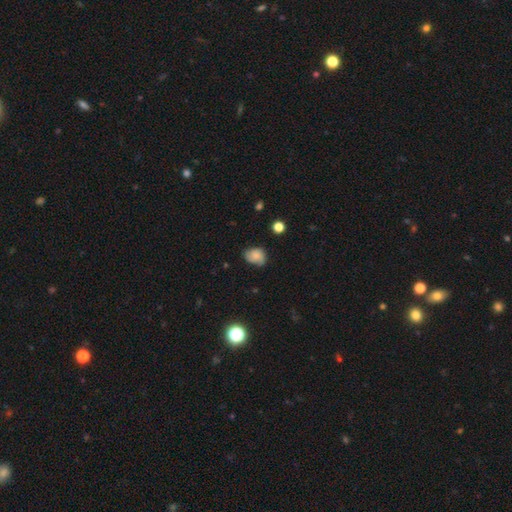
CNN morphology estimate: A smooth galaxy with no disk features (75%) that is in between round and cigar-shaped (61%).

Vote fractions:
- Smooth or featured? smooth: 75% / featured or disk: 15% / star or artifact: 10%
- How rounded? in between: 61% / round: 38% / cigar-shaped: 1%
- Merging? none: 57% / minor disturbance: 34% / major disturbance: 7% / merger: 2%